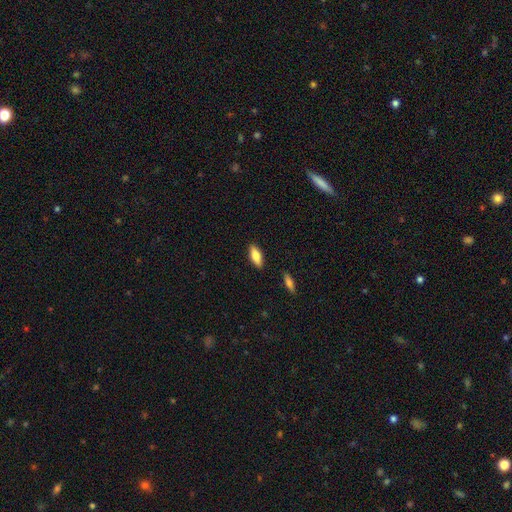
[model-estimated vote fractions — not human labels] smooth 79%, featured or disk 15%, star or artifact 6%. Down the decision tree: how rounded — in between (72%); merging — none (88%).